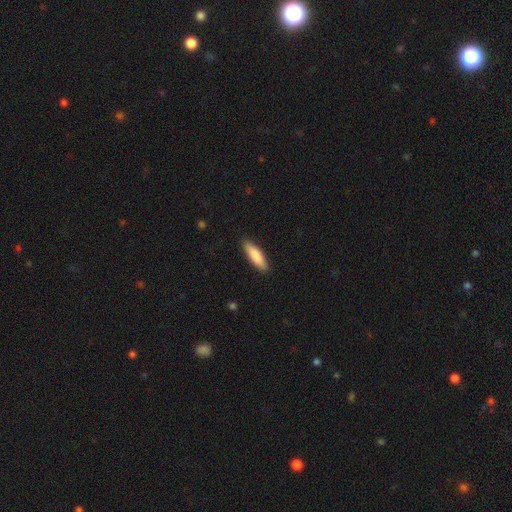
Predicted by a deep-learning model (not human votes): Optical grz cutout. It shows a smooth galaxy with no disk features (86%) that is cigar-shaped (59%). Merging: none (89%).